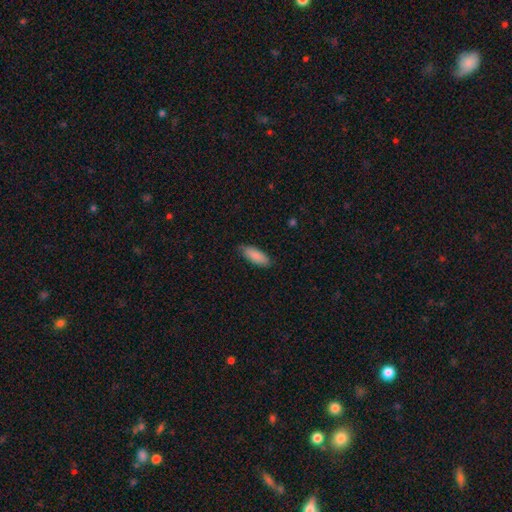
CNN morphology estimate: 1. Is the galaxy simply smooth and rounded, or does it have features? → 88% smooth, 6% featured or disk, 6% star or artifact.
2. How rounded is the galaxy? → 72% in between, 26% cigar-shaped, 2% round.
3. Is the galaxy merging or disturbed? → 84% none, 13% minor disturbance, 2% major disturbance, 1% merger.